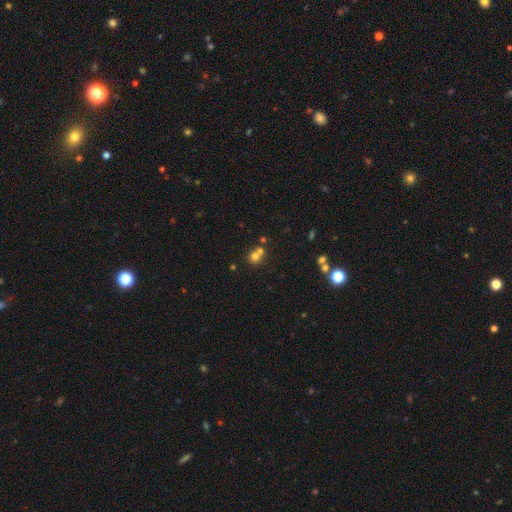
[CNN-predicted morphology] Smooth or featured: smooth — 66% (star or artifact — 19%)
How rounded: round — 83% (in between — 16%)
Merging: merger — 47% (none — 44%)